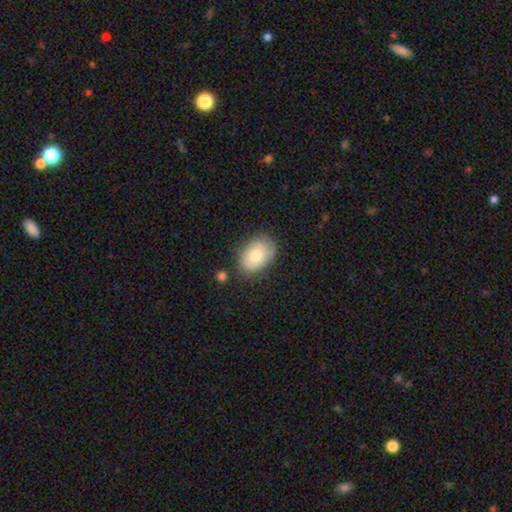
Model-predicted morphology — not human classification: The model was most divided on "smooth or featured": smooth: 72%, featured or disk: 21%, star or artifact: 7%. More confident: how rounded — in between (82%); merging — none (73%).